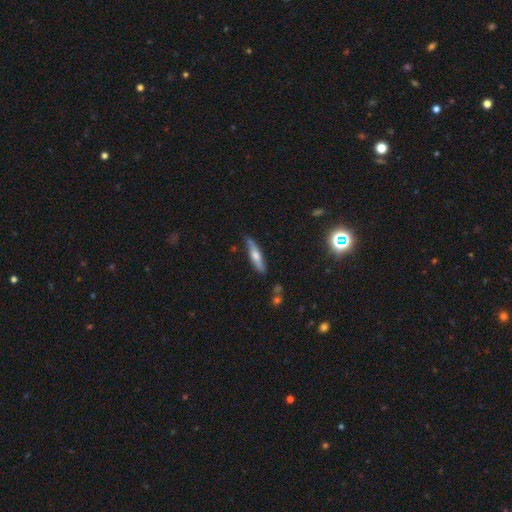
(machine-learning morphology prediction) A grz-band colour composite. It shows a smooth galaxy with no disk features (48%). Merging: none (76%).